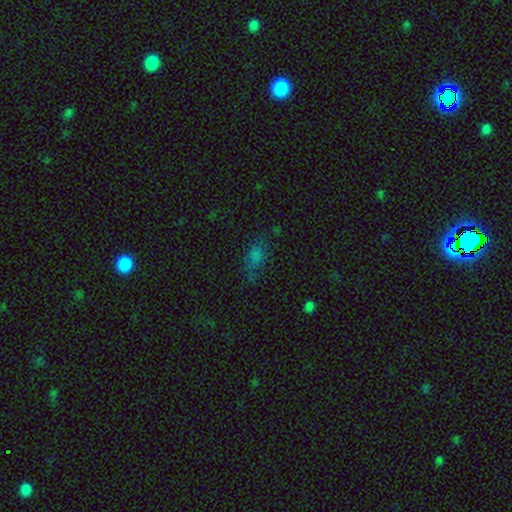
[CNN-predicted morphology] Q: Smooth or featured?
A: smooth (65%); runner-up: star or artifact (23%)
Q: How rounded?
A: in between (77%); runner-up: cigar-shaped (15%)
Q: Merging?
A: none (60%); runner-up: minor disturbance (25%)